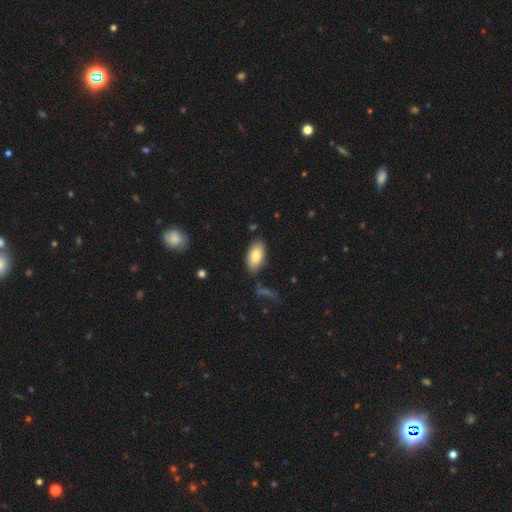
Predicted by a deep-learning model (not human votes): A smooth galaxy with no disk features (81%) that is in between round and cigar-shaped (93%). Merging: none (81%).